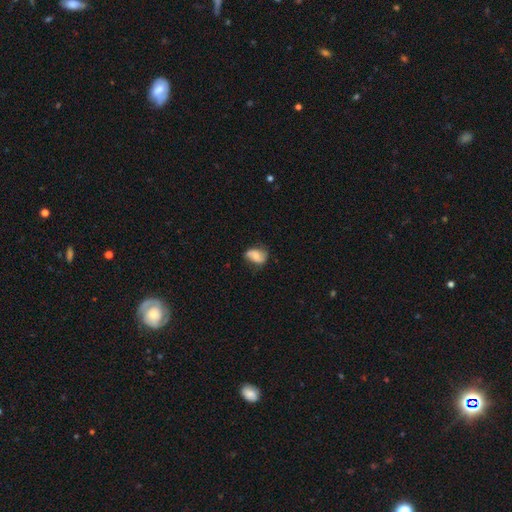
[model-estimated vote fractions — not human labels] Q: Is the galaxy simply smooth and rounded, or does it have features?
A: smooth — 57%.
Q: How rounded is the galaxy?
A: in between — 78%.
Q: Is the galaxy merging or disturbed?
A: none — 59%.